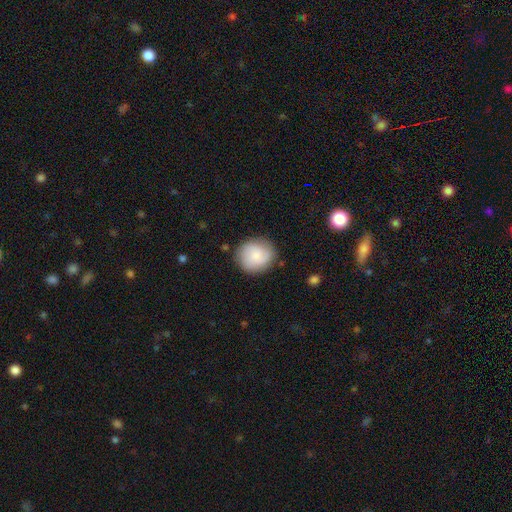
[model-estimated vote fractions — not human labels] This appears to be a smooth galaxy with no disk features (72%) that is round (83%). Merging: none (81%).